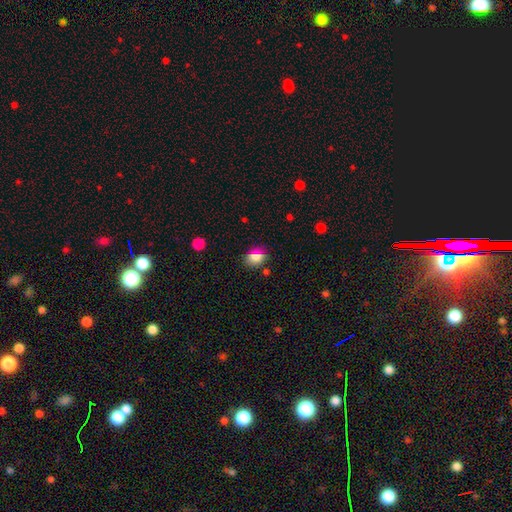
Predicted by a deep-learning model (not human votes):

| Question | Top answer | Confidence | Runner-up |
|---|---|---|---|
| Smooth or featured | smooth | 79% | star or artifact (14%) |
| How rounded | in between | 62% | round (36%) |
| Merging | none | 82% | minor disturbance (12%) |